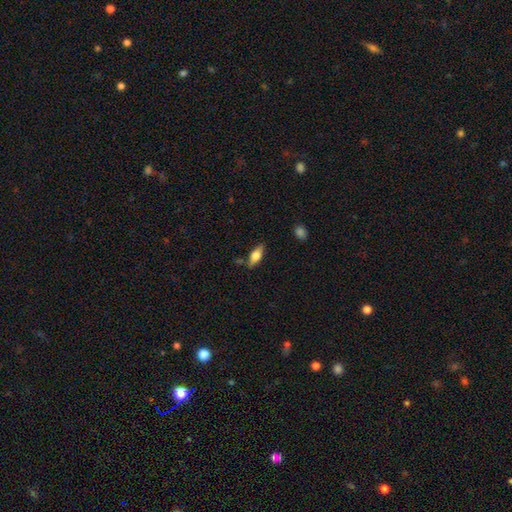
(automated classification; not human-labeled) The model was most divided on "smooth or featured": smooth: 62%, featured or disk: 31%, star or artifact: 7%. More confident: merging — none (81%); how rounded — in between (74%).